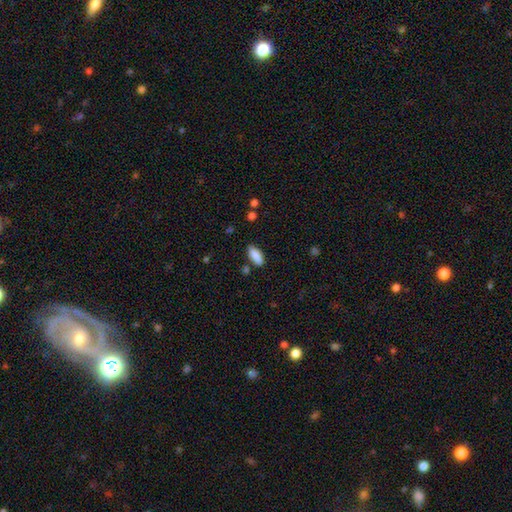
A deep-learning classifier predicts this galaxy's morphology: smooth-or-featured: smooth: 88% | star or artifact: 7% | featured or disk: 5%
  how-rounded: in between: 79% | cigar-shaped: 19% | round: 2%
  merging: none: 81% | minor disturbance: 13% | merger: 4% | major disturbance: 3%